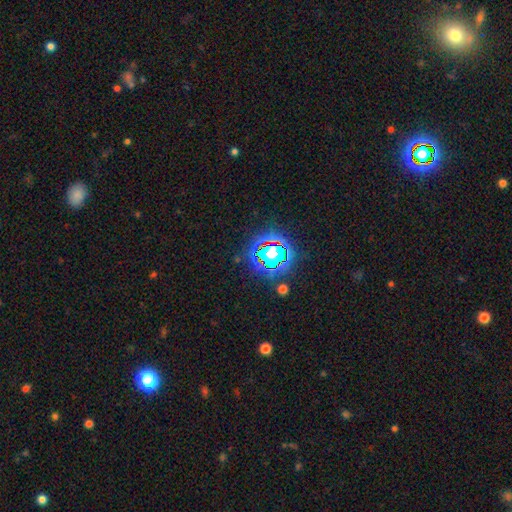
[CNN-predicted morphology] Q: Smooth or featured?
A: star or artifact (81%); runner-up: smooth (12%)